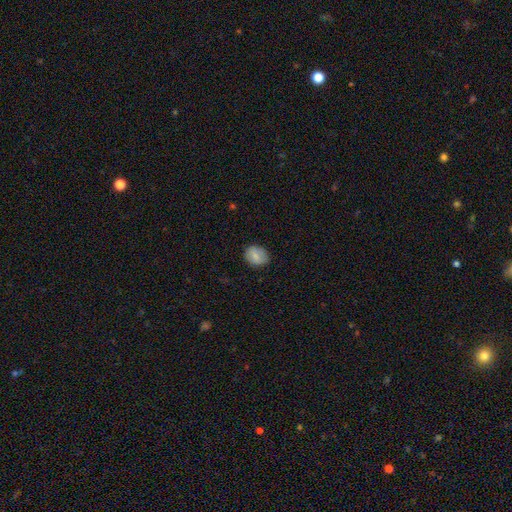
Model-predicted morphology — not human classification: smooth-or-featured: smooth: 80% | featured or disk: 12% | star or artifact: 8%
  how-rounded: round: 52% | in between: 47% | cigar-shaped: 1%
  merging: none: 81% | minor disturbance: 15% | major disturbance: 3% | merger: 1%